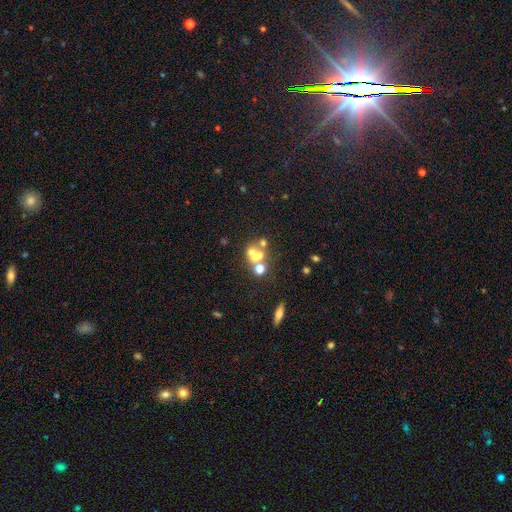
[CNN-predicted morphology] This is marginally a smooth galaxy (43%). Merging: possibly merger (50%).